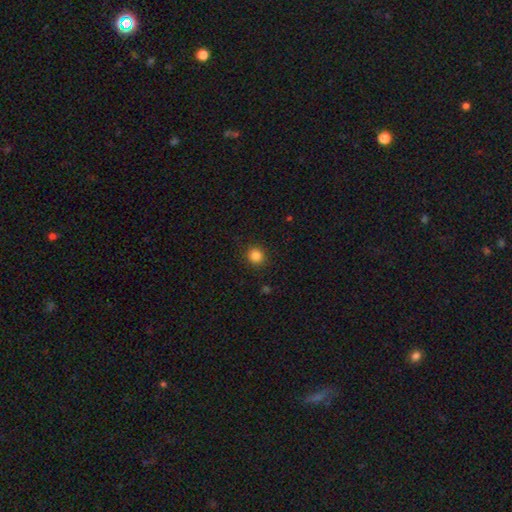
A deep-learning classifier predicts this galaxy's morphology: smooth 85%, star or artifact 11%, featured or disk 4%. Down the decision tree: how rounded — round (89%); merging — none (90%).